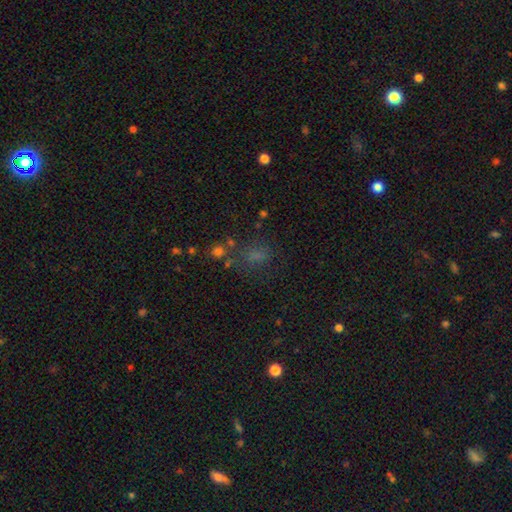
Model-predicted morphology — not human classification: This is possibly a smooth galaxy (56%). How rounded: possibly in between (57%). Merging: possibly none (58%).